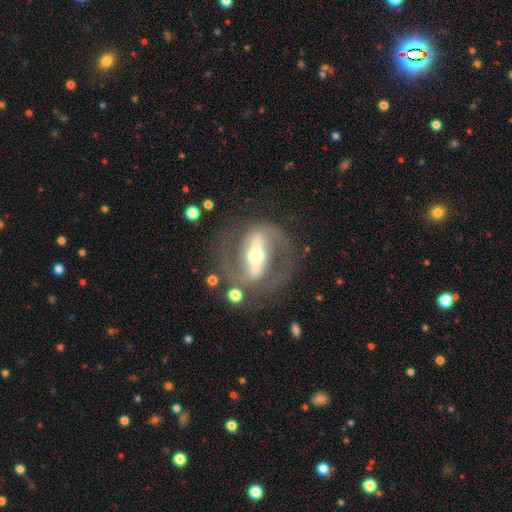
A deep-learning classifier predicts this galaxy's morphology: featured or disk 87%, smooth 7%, star or artifact 5%. Down the decision tree: edge-on disk — no (92%); bar — strong (75%); spiral arms — yes (87%); spiral arm count — 2 (90%); spiral winding — medium (52%); bulge size — moderate (58%); merging — none (76%).